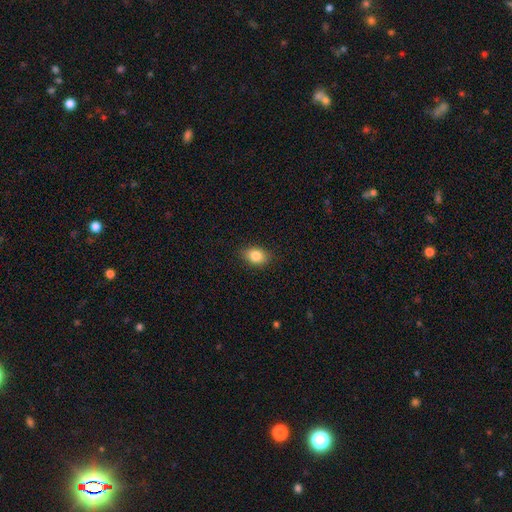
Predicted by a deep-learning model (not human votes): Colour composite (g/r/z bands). It shows a smooth galaxy with no disk features (84%) that is in between round and cigar-shaped (73%). Merging: none (86%).